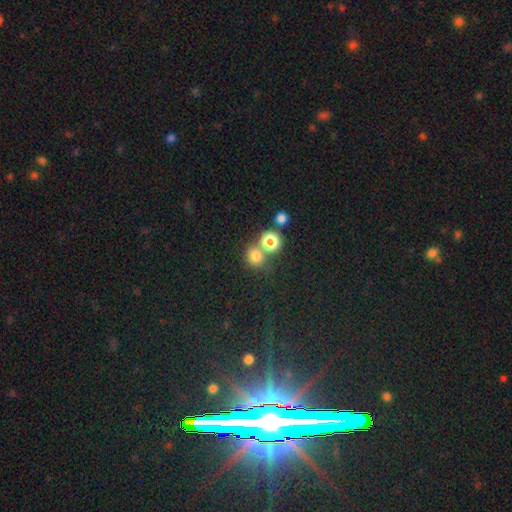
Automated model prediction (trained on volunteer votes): The model was most divided on "merging": none: 58%, merger: 31%, minor disturbance: 7%, major disturbance: 3%. More confident: how rounded — round (84%); smooth or featured — smooth (76%).